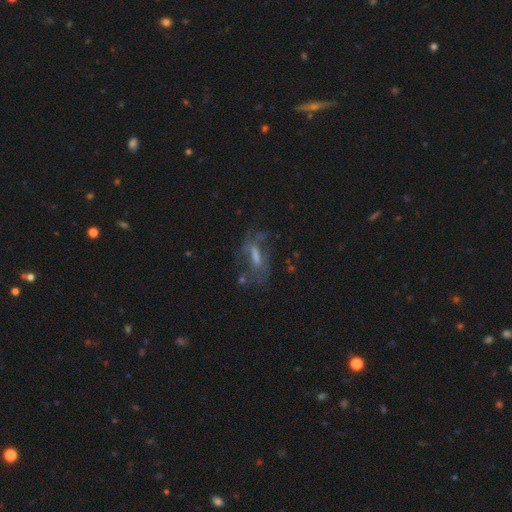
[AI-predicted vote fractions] Smooth or featured: featured or disk — 58% (smooth — 26%)
Edge-on disk: no — 84% (yes — 16%)
Merging: none — 51% (major disturbance — 24%)